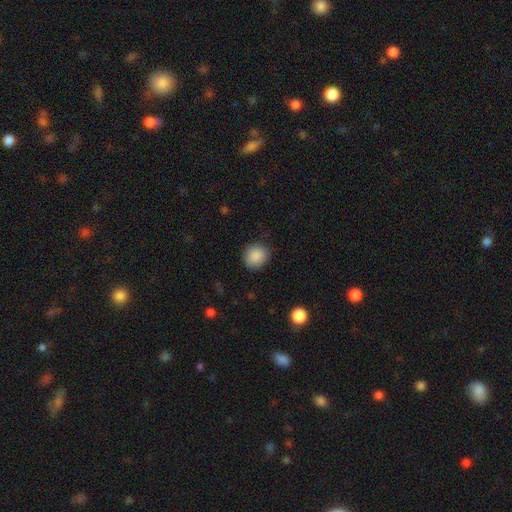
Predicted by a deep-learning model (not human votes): Smooth or featured?
  - smooth: 88% *
  - star or artifact: 8%
  - featured or disk: 4%
How rounded?
  - round: 82% *
  - in between: 17%
  - cigar-shaped: 1%
Merging?
  - none: 86% *
  - minor disturbance: 10%
  - major disturbance: 3%
  - merger: 1%